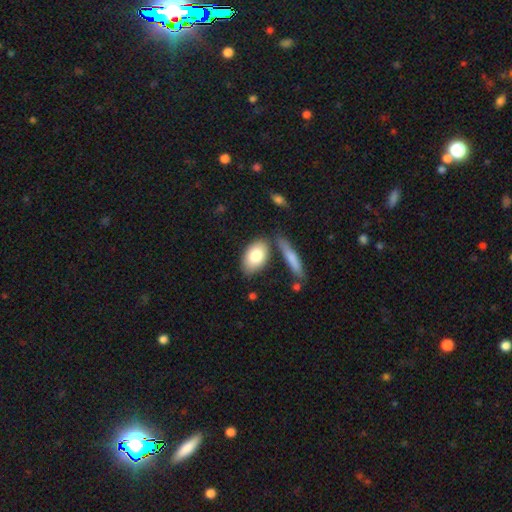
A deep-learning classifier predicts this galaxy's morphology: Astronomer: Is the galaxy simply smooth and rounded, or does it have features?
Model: smooth — 78%.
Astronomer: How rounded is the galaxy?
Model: in between — 89%.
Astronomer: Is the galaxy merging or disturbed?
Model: none — 70%.